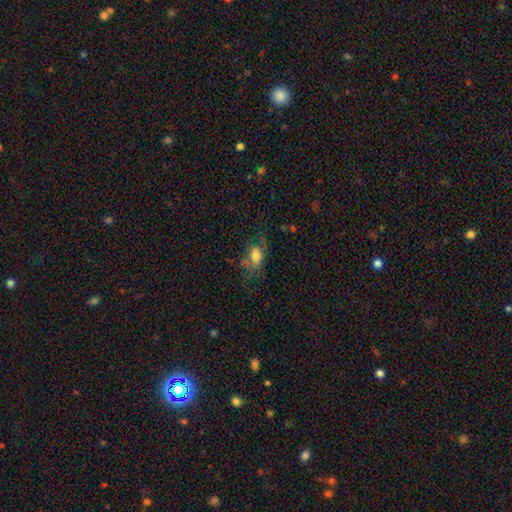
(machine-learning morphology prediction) smooth_or_featured: smooth (p=0.60) [alt: featured or disk p=0.27]
how_rounded: in between (p=0.81) [alt: round p=0.15]
merging: none (p=0.44) [alt: major disturbance p=0.29]